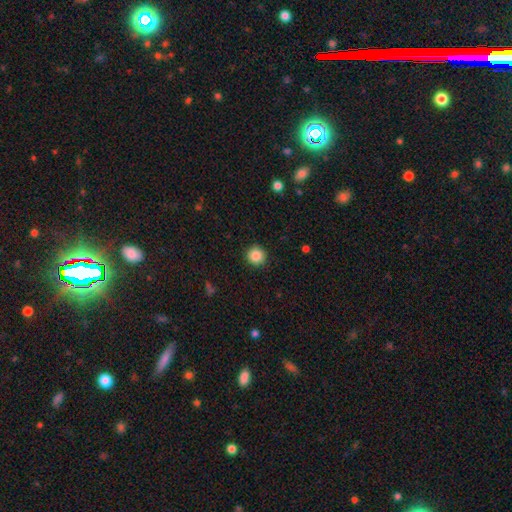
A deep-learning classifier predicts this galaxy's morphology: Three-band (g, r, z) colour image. It shows a smooth galaxy with no disk features (87%) that is round (94%). Merging: none (92%).